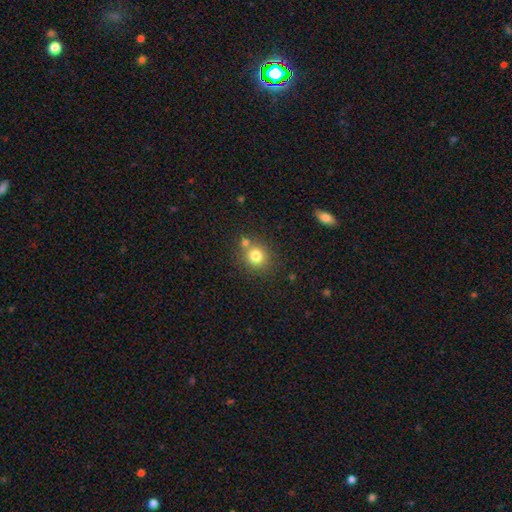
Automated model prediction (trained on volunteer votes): Smooth or featured? smooth (79%)
How rounded? round (85%)
Merging? none (69%)